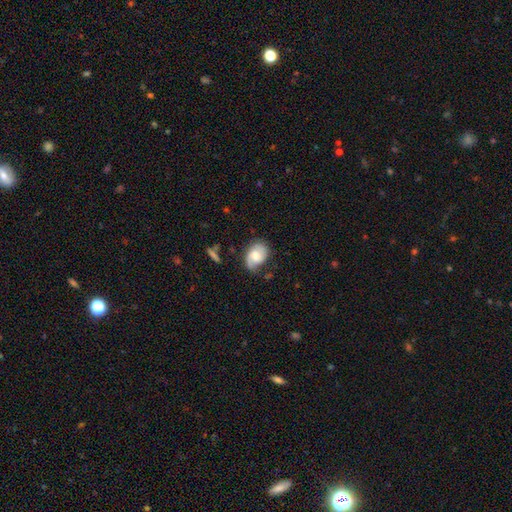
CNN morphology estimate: Q: Smooth or featured?
A: featured or disk (60%); runner-up: smooth (33%)
Q: Edge-on disk?
A: no (97%); runner-up: yes (3%)
Q: Bar?
A: no (53%); runner-up: weak (39%)
Q: Spiral arms?
A: yes (90%); runner-up: no (10%)
Q: Spiral winding?
A: medium (42%); runner-up: tight (34%)
Q: Spiral arm count?
A: 2 (71%); runner-up: 1 (18%)
Q: Bulge size?
A: moderate (55%); runner-up: small (20%)
Q: Merging?
A: none (62%); runner-up: minor disturbance (26%)